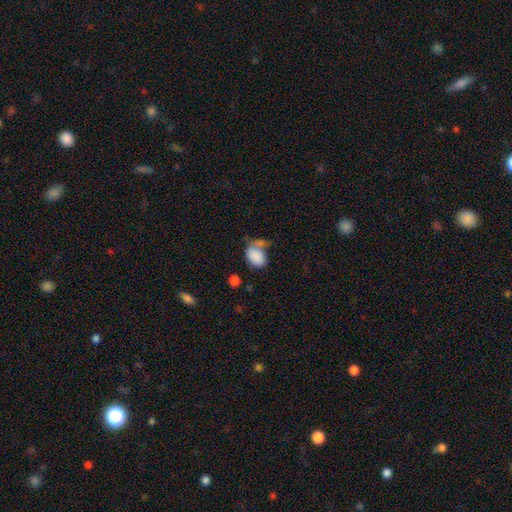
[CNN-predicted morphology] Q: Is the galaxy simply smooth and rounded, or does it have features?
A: smooth — 83%.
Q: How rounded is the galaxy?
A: in between — 83%.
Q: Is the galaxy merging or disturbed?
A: none — 33%.